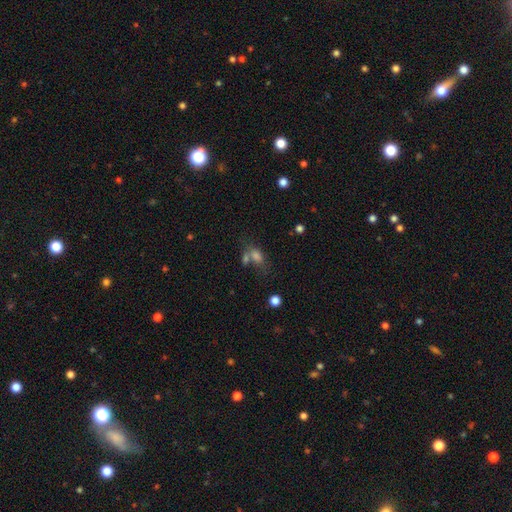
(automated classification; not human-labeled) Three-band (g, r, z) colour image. It shows a smooth galaxy with no disk features (69%) that is in between round and cigar-shaped (76%). Merging: none (39%).